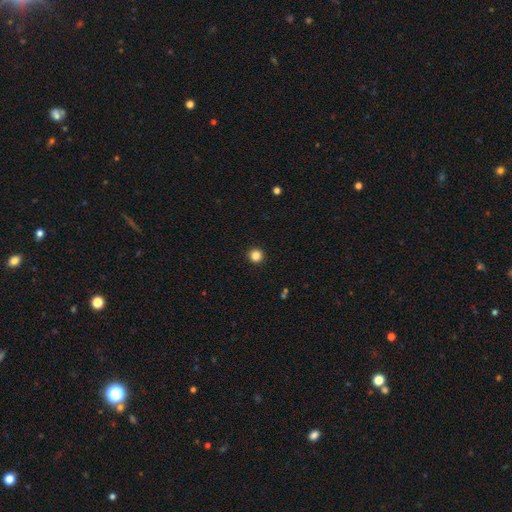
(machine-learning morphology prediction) This is clearly a smooth galaxy (85%). How rounded: clearly round (96%). Merging: clearly none (94%).